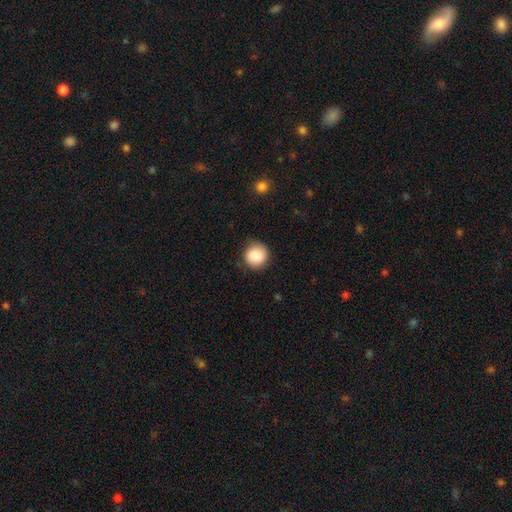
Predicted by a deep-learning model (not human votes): smooth 89%, star or artifact 7%, featured or disk 4%. Down the decision tree: how rounded — round (94%); merging — none (86%).